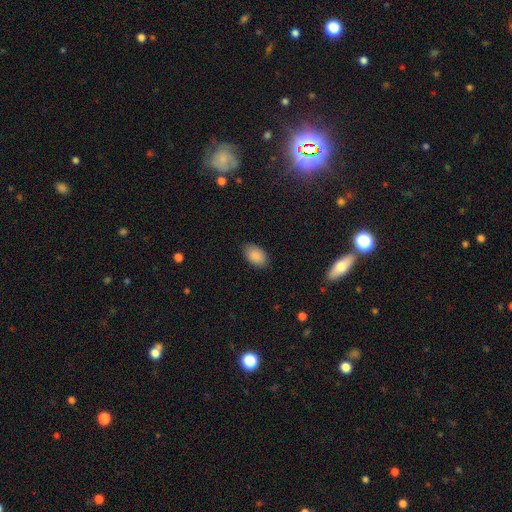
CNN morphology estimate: This is clearly a smooth galaxy (89%). How rounded: clearly in between (92%). Merging: clearly none (86%).